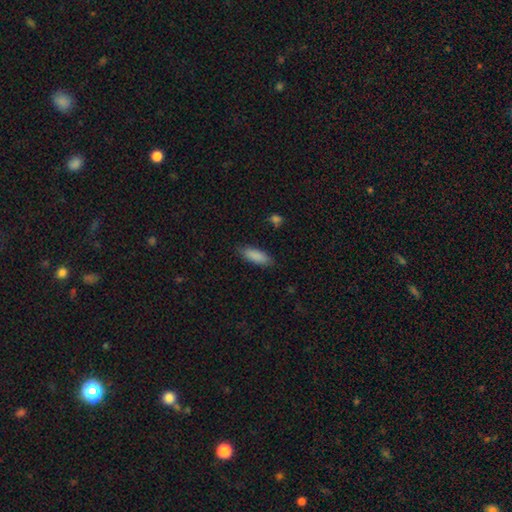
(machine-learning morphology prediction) smooth_or_featured: smooth (p=0.88) [alt: star or artifact p=0.06]
how_rounded: in between (p=0.68) [alt: cigar-shaped p=0.30]
merging: none (p=0.84) [alt: minor disturbance p=0.12]